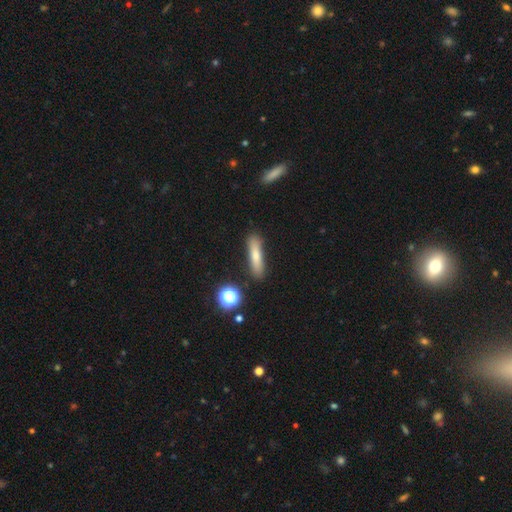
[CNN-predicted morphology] Q: Smooth or featured?
A: smooth (72%); runner-up: featured or disk (18%)
Q: How rounded?
A: cigar-shaped (80%); runner-up: in between (17%)
Q: Merging?
A: none (84%); runner-up: minor disturbance (11%)